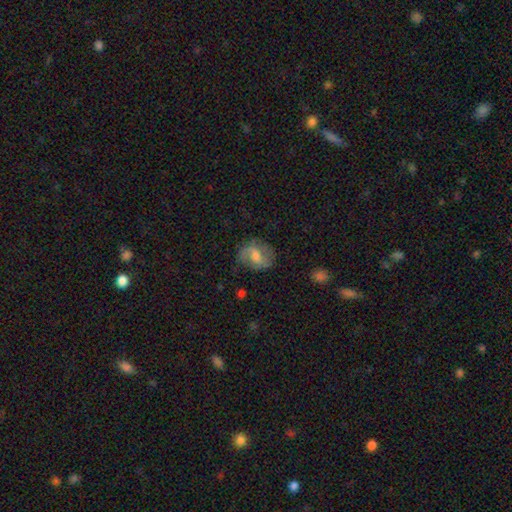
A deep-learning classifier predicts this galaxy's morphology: Smooth or featured? featured or disk (54%)
Edge-on disk? no (96%)
Bar? weak (51%)
Spiral arms? yes (82%)
Bulge size? moderate (53%)
Merging? none (70%)